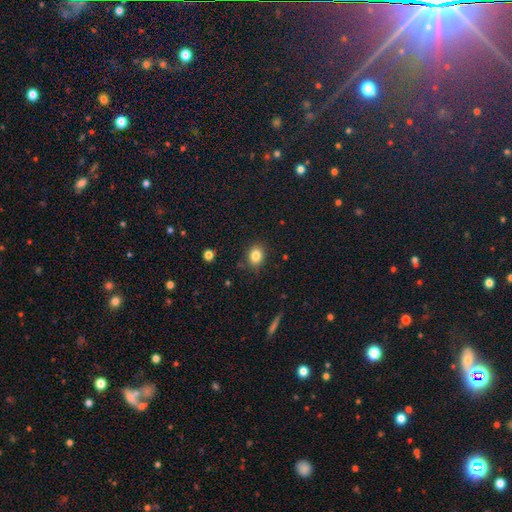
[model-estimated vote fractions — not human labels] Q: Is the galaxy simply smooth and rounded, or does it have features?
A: smooth — 83%.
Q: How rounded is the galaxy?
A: round — 50%.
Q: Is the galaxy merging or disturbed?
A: none — 85%.